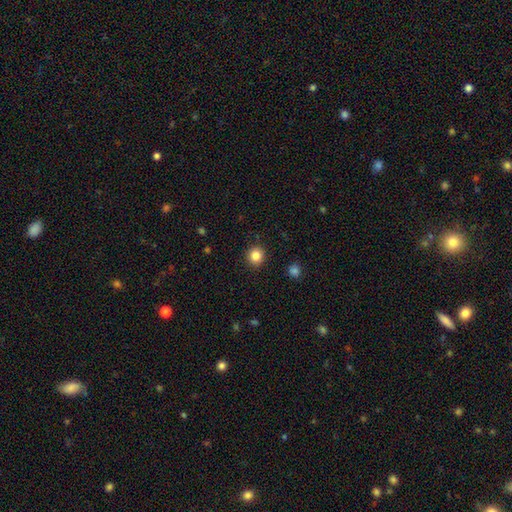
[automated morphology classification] smooth_or_featured: smooth (p=0.84) [alt: star or artifact p=0.11]
how_rounded: round (p=0.92) [alt: in between p=0.08]
merging: none (p=0.92) [alt: minor disturbance p=0.05]